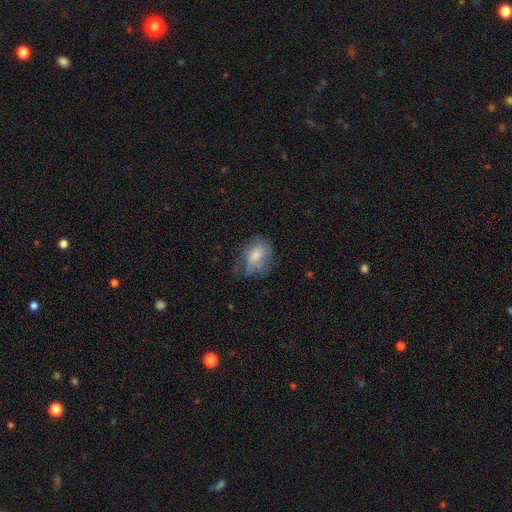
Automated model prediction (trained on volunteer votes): smooth_or_featured: smooth (p=0.70) [alt: featured or disk p=0.22]
how_rounded: in between (p=0.70) [alt: round p=0.28]
merging: none (p=0.43) [alt: minor disturbance p=0.33]